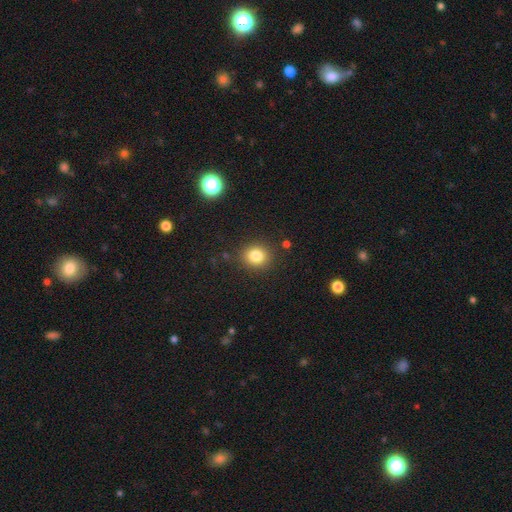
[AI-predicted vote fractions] Smooth or featured: smooth — 82% (star or artifact — 12%)
How rounded: round — 72% (in between — 27%)
Merging: none — 87% (minor disturbance — 8%)